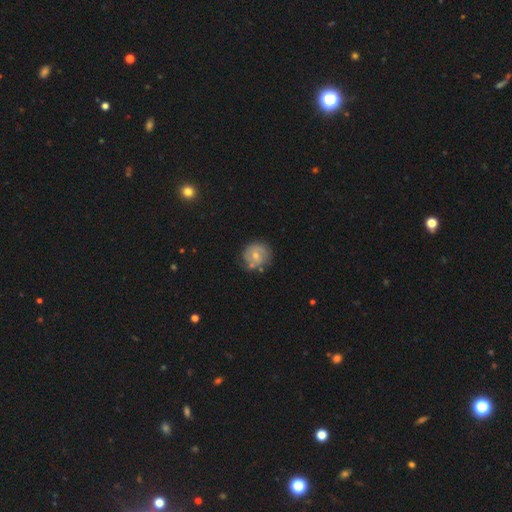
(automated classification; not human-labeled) Q: Smooth or featured?
A: featured or disk (58%); runner-up: smooth (35%)
Q: Edge-on disk?
A: no (98%); runner-up: yes (2%)
Q: Bar?
A: no (54%); runner-up: weak (39%)
Q: Spiral arms?
A: yes (77%); runner-up: no (23%)
Q: Bulge size?
A: moderate (49%); runner-up: small (46%)
Q: Merging?
A: none (64%); runner-up: minor disturbance (22%)